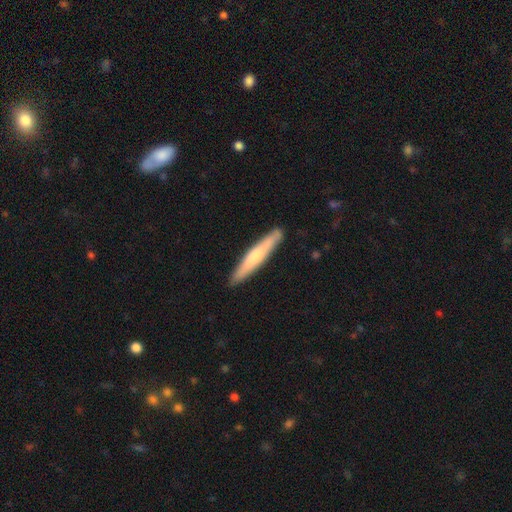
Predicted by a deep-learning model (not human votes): The model was most divided on "smooth or featured": smooth: 58%, featured or disk: 37%, star or artifact: 5%. More confident: how rounded — cigar-shaped (93%); merging — none (87%).